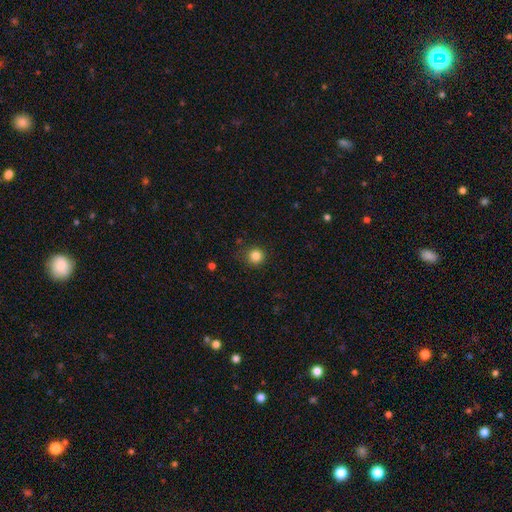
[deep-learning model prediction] smooth 84%, star or artifact 12%, featured or disk 4%. Down the decision tree: how rounded — round (94%); merging — none (87%).